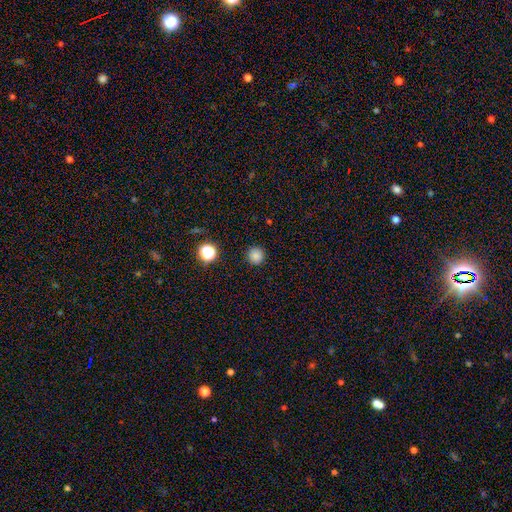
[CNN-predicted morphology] smooth_or_featured: smooth (p=0.84) [alt: star or artifact p=0.13]
how_rounded: round (p=0.95) [alt: in between p=0.04]
merging: none (p=0.92) [alt: minor disturbance p=0.05]